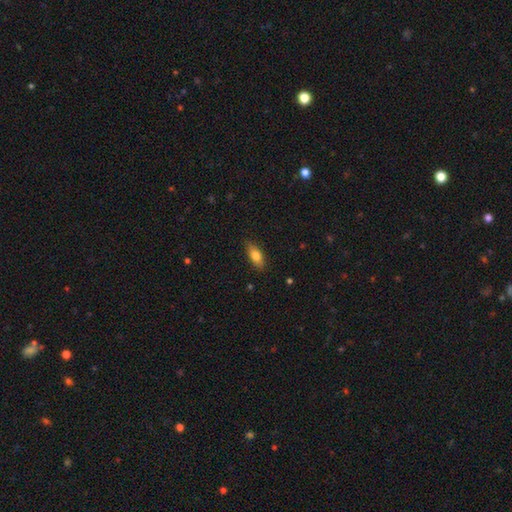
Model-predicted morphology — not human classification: A smooth galaxy with no disk features (76%) that is in between round and cigar-shaped (77%).

Vote fractions:
- Smooth or featured? smooth: 76% / featured or disk: 16% / star or artifact: 7%
- How rounded? in between: 77% / cigar-shaped: 19% / round: 3%
- Merging? none: 82% / minor disturbance: 14% / major disturbance: 2% / merger: 1%